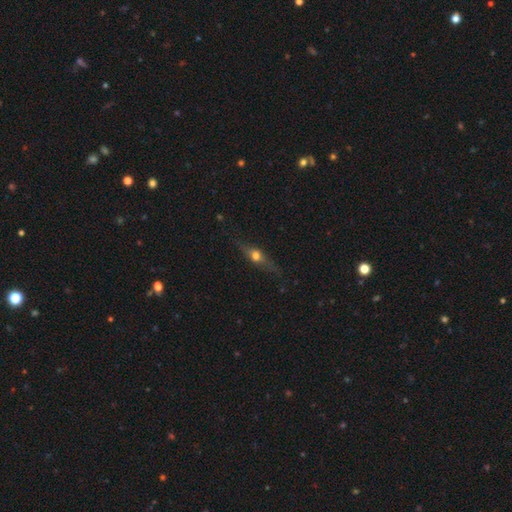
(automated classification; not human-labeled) Smooth or featured? featured or disk (59%)
Edge-on disk? yes (91%)
Edge-on bulge? rounded (95%)
Merging? none (81%)